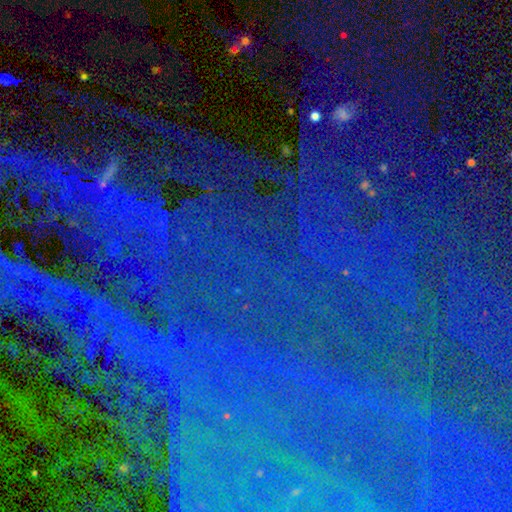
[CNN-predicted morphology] Q: Smooth or featured?
A: star or artifact (85%); runner-up: smooth (8%)